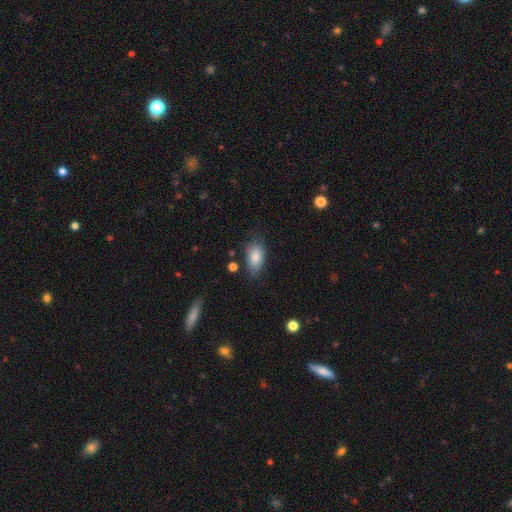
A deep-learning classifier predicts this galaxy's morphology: Smooth or featured?
  - smooth: 84% *
  - featured or disk: 9%
  - star or artifact: 7%
How rounded?
  - in between: 91% *
  - round: 5%
  - cigar-shaped: 3%
Merging?
  - none: 69% *
  - minor disturbance: 22%
  - major disturbance: 6%
  - merger: 3%